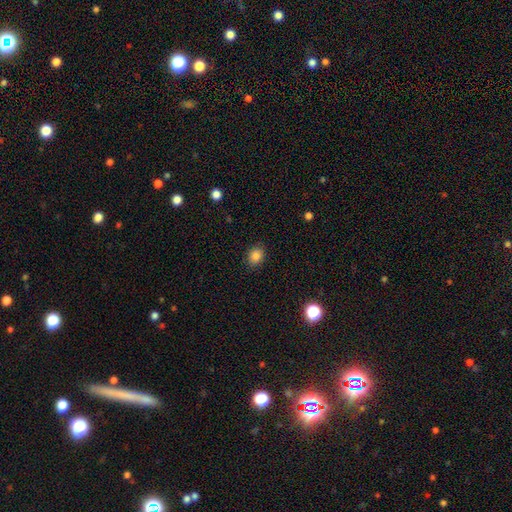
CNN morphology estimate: Q: Smooth or featured?
A: smooth (85%); runner-up: star or artifact (11%)
Q: How rounded?
A: round (51%); runner-up: in between (48%)
Q: Merging?
A: none (88%); runner-up: minor disturbance (8%)